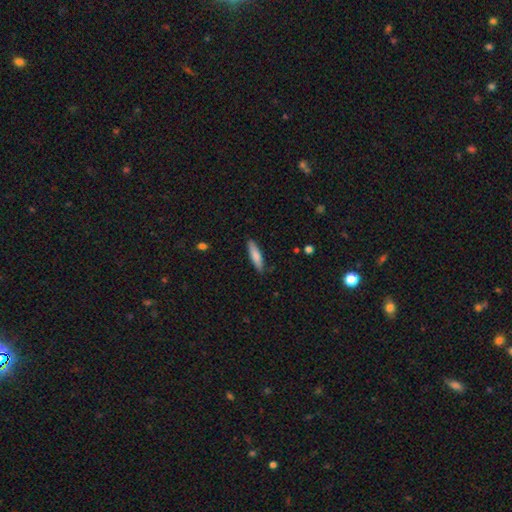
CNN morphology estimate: The model was most divided on "how rounded": cigar-shaped: 78%, in between: 21%, round: 1%. More confident: merging — none (87%); smooth or featured — smooth (79%).